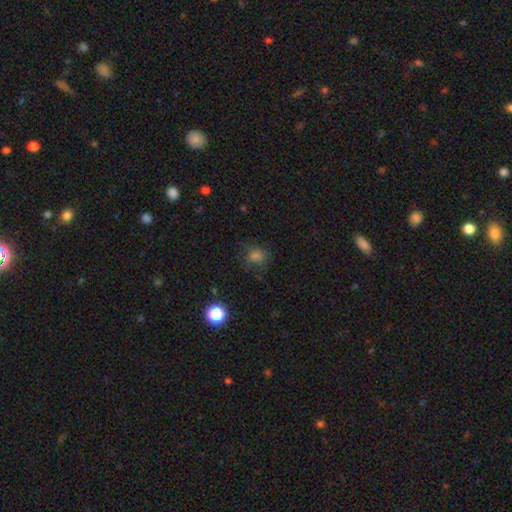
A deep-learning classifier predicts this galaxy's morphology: type=smooth (70%); roundness=round (72%); merging=none (72%).